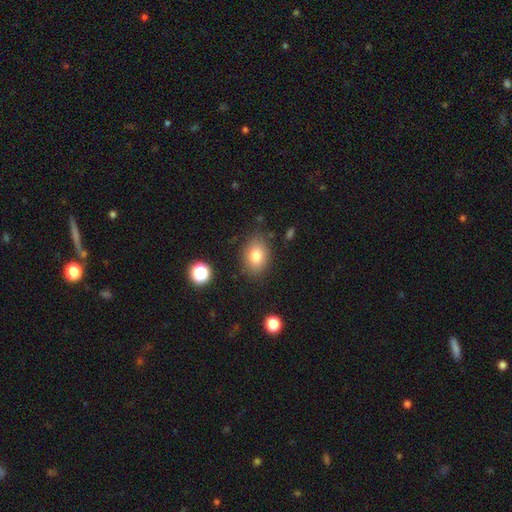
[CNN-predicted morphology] type=smooth (80%); roundness=in between (72%); merging=none (82%).